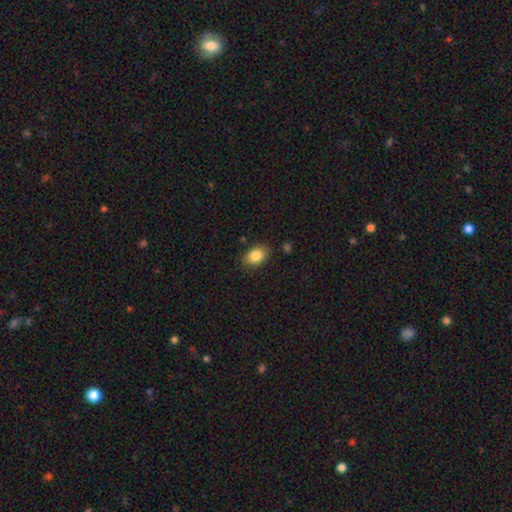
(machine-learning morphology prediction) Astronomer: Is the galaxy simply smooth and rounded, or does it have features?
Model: smooth — 84%.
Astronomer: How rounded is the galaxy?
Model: in between — 82%.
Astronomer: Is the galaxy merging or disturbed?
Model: none — 83%.